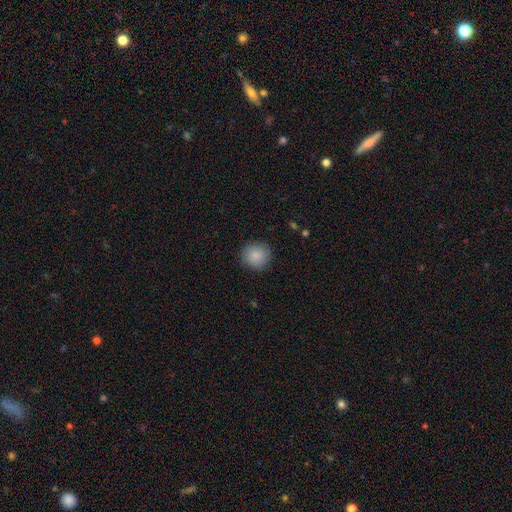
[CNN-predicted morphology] Smooth or featured: smooth — 87% (star or artifact — 7%)
How rounded: round — 92% (in between — 7%)
Merging: none — 88% (minor disturbance — 9%)